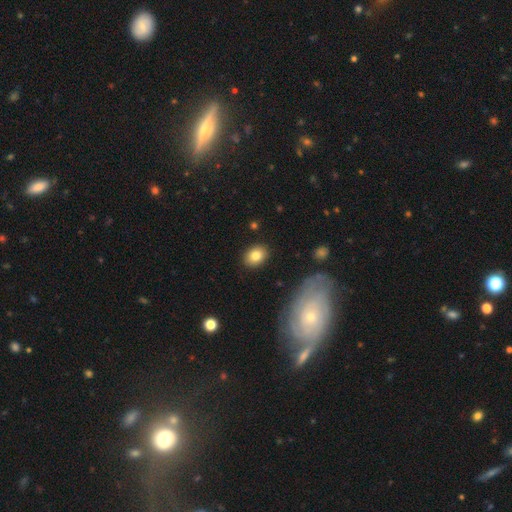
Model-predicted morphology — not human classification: type=smooth (81%); roundness=in between (64%); merging=none (88%).